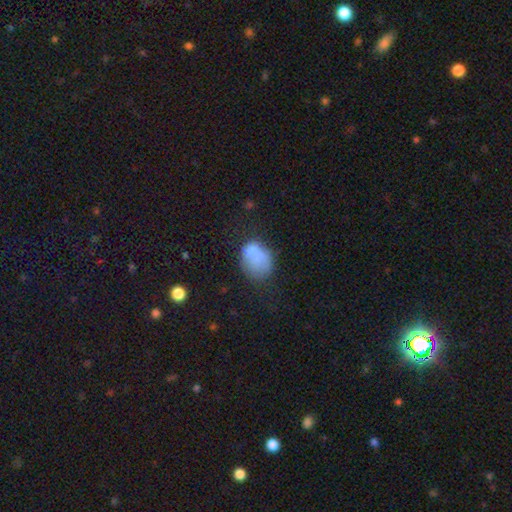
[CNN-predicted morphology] smooth 72%, featured or disk 17%, star or artifact 10%. Down the decision tree: how rounded — in between (58%); merging — none (48%).